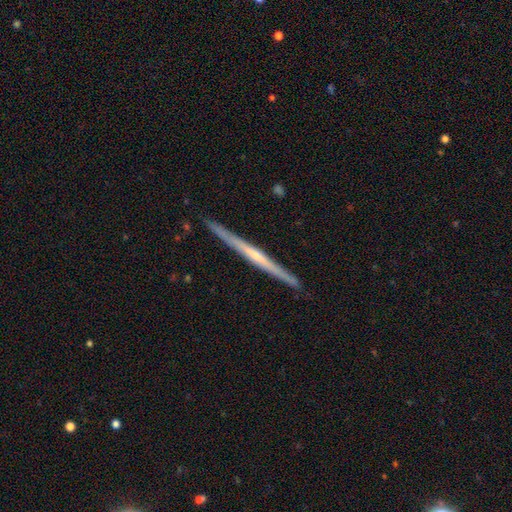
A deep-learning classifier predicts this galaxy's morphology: smooth_or_featured: featured or disk (p=0.74) [alt: smooth p=0.20]
disk_edge_on: yes (p=0.98) [alt: no p=0.02]
edge_on_bulge: none (p=0.49) [alt: rounded p=0.44]
merging: none (p=0.91) [alt: minor disturbance p=0.06]